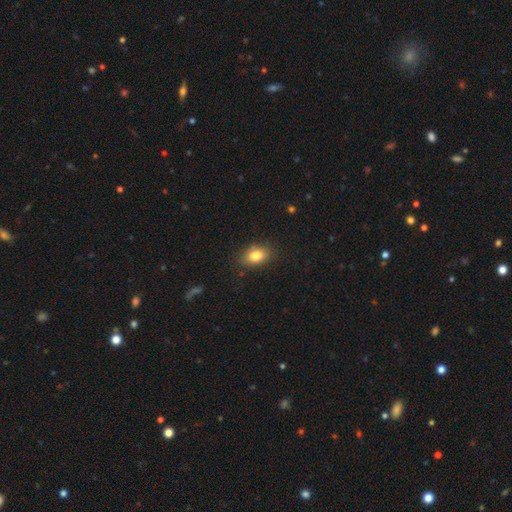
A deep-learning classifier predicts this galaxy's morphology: smooth-or-featured: smooth: 82% | featured or disk: 9% | star or artifact: 9%
  how-rounded: in between: 81% | round: 17% | cigar-shaped: 2%
  merging: none: 83% | minor disturbance: 13% | major disturbance: 3% | merger: 1%